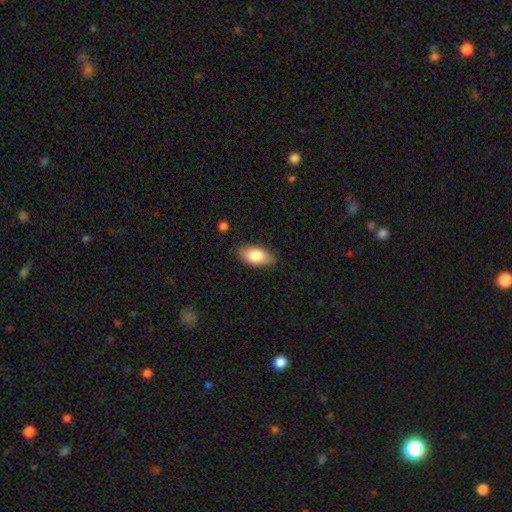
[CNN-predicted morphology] The model was most divided on "smooth or featured": smooth: 80%, featured or disk: 14%, star or artifact: 6%. More confident: how rounded — in between (91%); merging — none (85%).